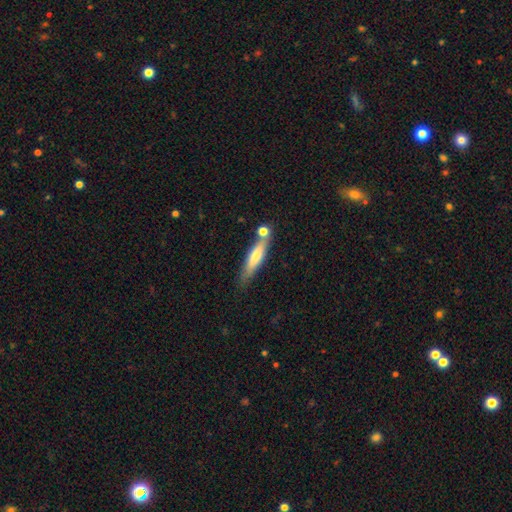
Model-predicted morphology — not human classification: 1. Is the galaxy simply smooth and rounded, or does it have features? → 60% smooth, 34% featured or disk, 6% star or artifact.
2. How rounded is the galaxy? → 83% cigar-shaped, 15% in between, 2% round.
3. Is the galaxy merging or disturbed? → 67% none, 15% minor disturbance, 14% merger, 4% major disturbance.